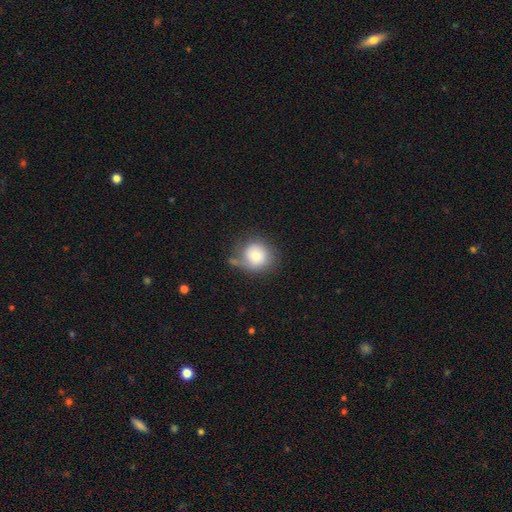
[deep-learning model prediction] smooth 77%, featured or disk 15%, star or artifact 9%. Down the decision tree: how rounded — round (85%); merging — none (54%).